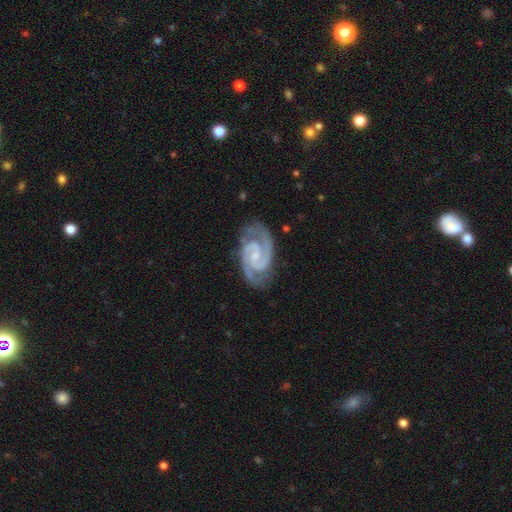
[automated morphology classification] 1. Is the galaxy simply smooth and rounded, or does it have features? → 93% featured or disk, 4% star or artifact, 3% smooth.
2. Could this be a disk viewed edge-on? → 98% no, 2% yes.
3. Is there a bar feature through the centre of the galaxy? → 51% no, 39% weak, 10% strong.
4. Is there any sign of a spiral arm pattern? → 99% yes, 1% no.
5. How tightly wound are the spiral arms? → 49% tight, 46% medium, 5% loose.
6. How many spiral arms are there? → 90% 2, 5% 3, 2% can't tell, 1% 1, 1% 4, 1% more than 4.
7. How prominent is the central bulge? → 68% small, 20% moderate, 10% none, 1% large, 1% dominant.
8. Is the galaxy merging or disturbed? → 79% none, 15% minor disturbance, 4% major disturbance, 1% merger.